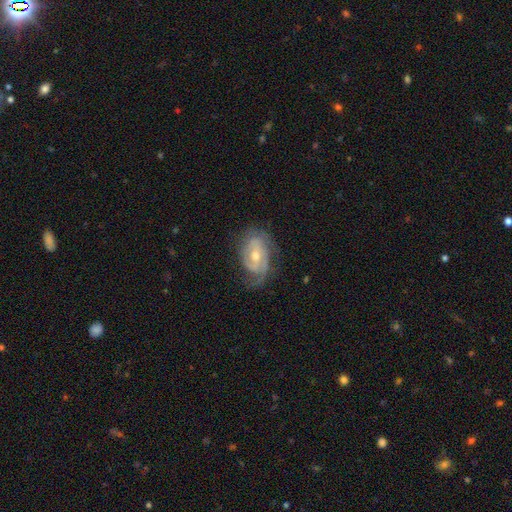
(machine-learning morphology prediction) A featured or disk galaxy (81%) with no bar (47%), 2 (44%) tight (52%) spiral arms (92%) and a moderate central bulge (61%). Merging: none (64%).